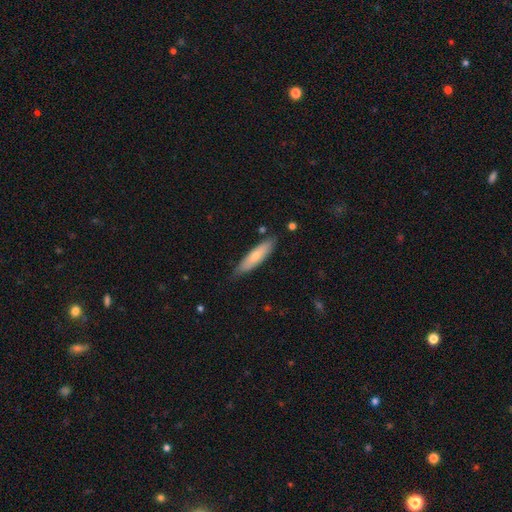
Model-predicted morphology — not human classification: smooth_or_featured: smooth (p=0.67) [alt: featured or disk p=0.28]
how_rounded: cigar-shaped (p=0.69) [alt: in between p=0.29]
merging: none (p=0.78) [alt: minor disturbance p=0.18]